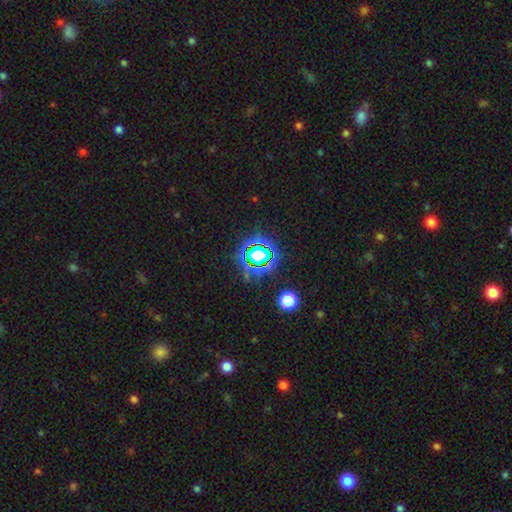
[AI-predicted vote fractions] The model was most divided on "smooth or featured": star or artifact: 70%, smooth: 19%, featured or disk: 12%.